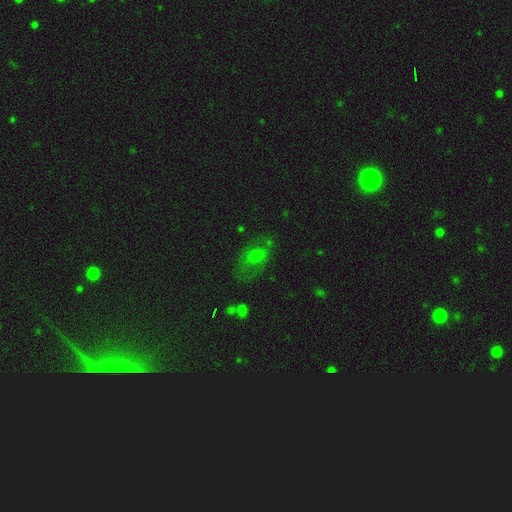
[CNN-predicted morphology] Smooth or featured: smooth — 52% (featured or disk — 28%)
How rounded: in between — 78% (round — 19%)
Merging: none — 49% (minor disturbance — 24%)